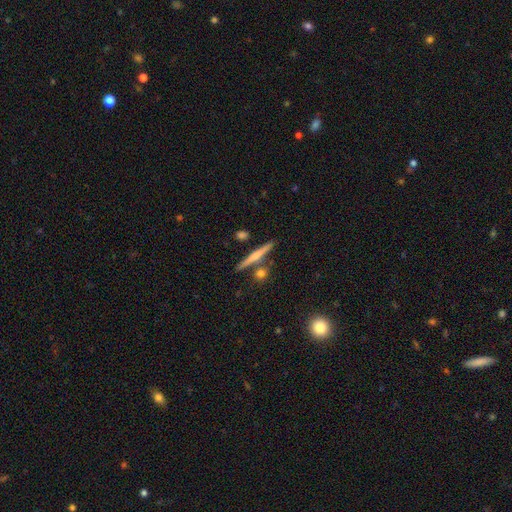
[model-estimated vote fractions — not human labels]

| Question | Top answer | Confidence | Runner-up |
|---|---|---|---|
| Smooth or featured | featured or disk | 48% | smooth (45%) |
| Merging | none | 81% | minor disturbance (8%) |